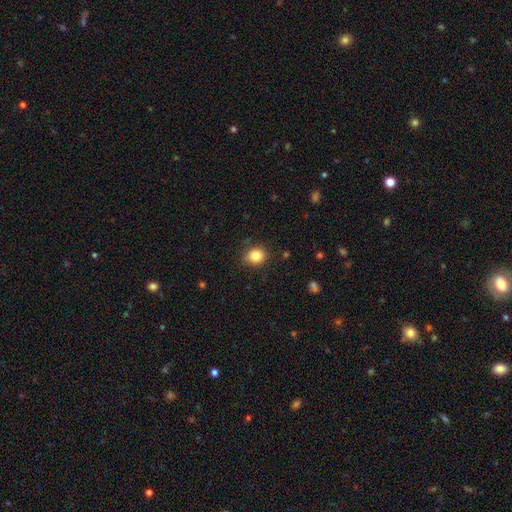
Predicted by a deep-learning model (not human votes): smooth 84%, star or artifact 10%, featured or disk 5%. Down the decision tree: how rounded — round (74%); merging — none (84%).